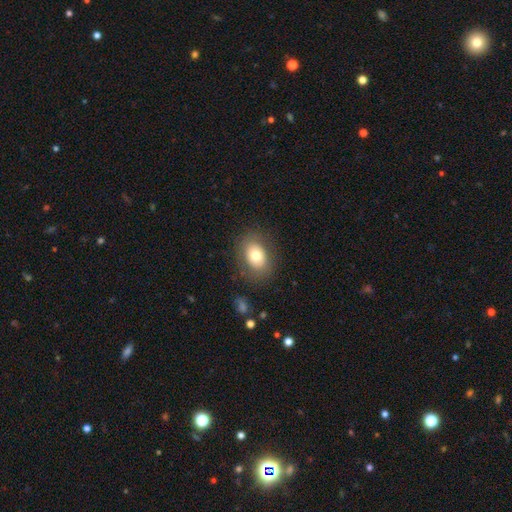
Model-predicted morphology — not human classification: Q: Smooth or featured?
A: smooth (74%); runner-up: featured or disk (17%)
Q: How rounded?
A: in between (74%); runner-up: round (25%)
Q: Merging?
A: none (82%); runner-up: minor disturbance (12%)